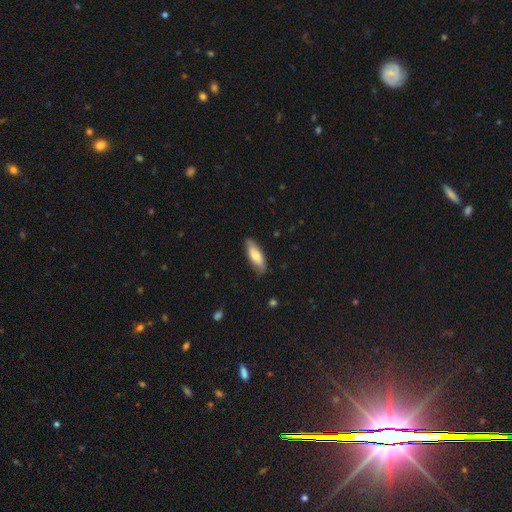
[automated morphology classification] Smooth or featured: smooth — 73% (featured or disk — 22%)
How rounded: in between — 65% (cigar-shaped — 33%)
Merging: none — 81% (minor disturbance — 16%)